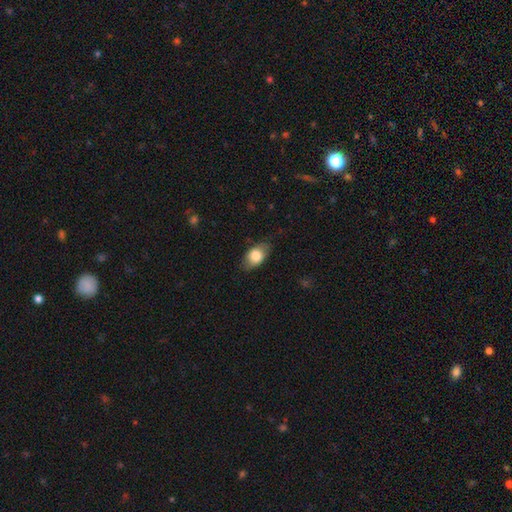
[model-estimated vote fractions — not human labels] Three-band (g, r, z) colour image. It shows a smooth galaxy with no disk features (78%) that is in between round and cigar-shaped (88%). Merging: none (77%).